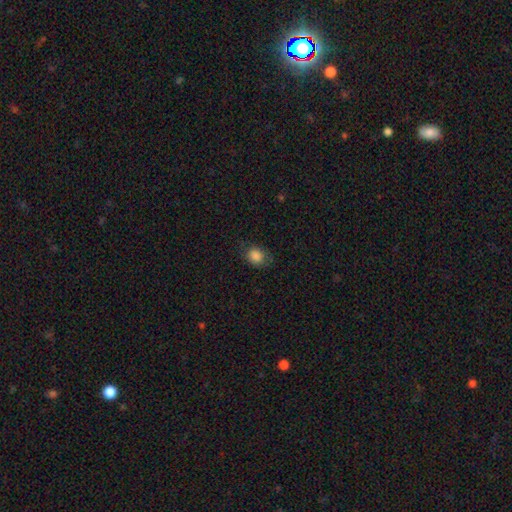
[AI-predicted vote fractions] Smooth or featured? Predicted: smooth (p=0.85). How rounded? Predicted: round (p=0.59). Merging? Predicted: none (p=0.73).